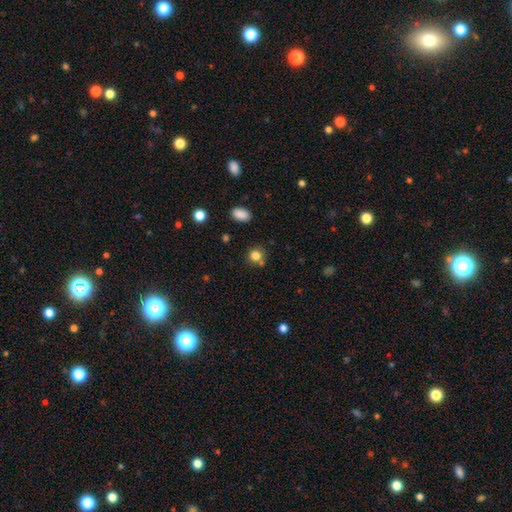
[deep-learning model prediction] smooth 82%, star or artifact 12%, featured or disk 6%. Down the decision tree: how rounded — round (85%); merging — none (69%).